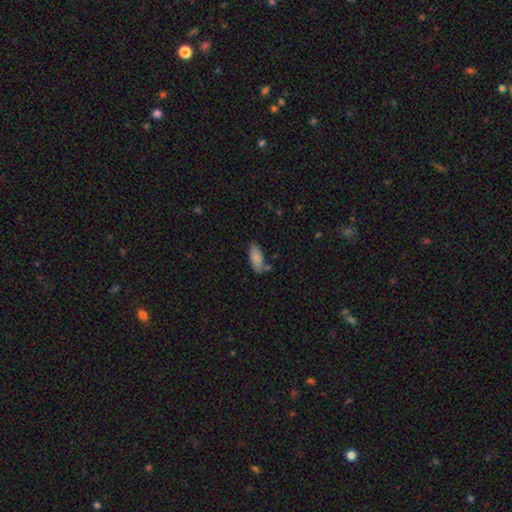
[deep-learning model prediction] The model was most divided on "merging": none: 74%, minor disturbance: 16%, merger: 7%, major disturbance: 3%. More confident: smooth or featured — smooth (84%); how rounded — in between (79%).